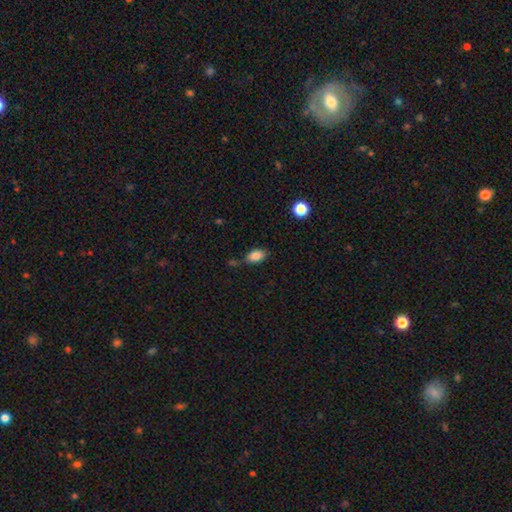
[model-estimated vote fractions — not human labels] This appears to be a smooth galaxy with no disk features (84%) that is in between round and cigar-shaped (89%). Merging: none (71%).